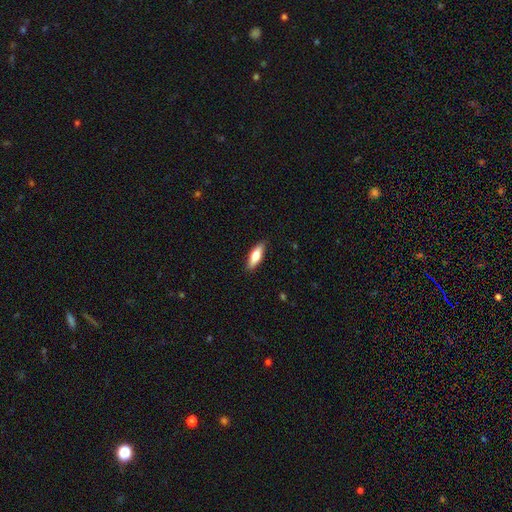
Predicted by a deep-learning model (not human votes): Smooth or featured? Predicted: smooth (p=0.70). How rounded? Predicted: in between (p=0.56). Merging? Predicted: none (p=0.87).